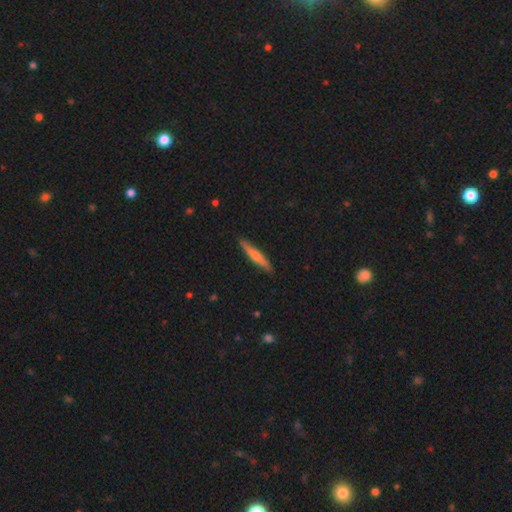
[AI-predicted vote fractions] A smooth galaxy with no disk features (50%).

Vote fractions:
- Smooth or featured? smooth: 50% / featured or disk: 45% / star or artifact: 5%
- Merging? none: 89% / minor disturbance: 8% / major disturbance: 1% / merger: 1%